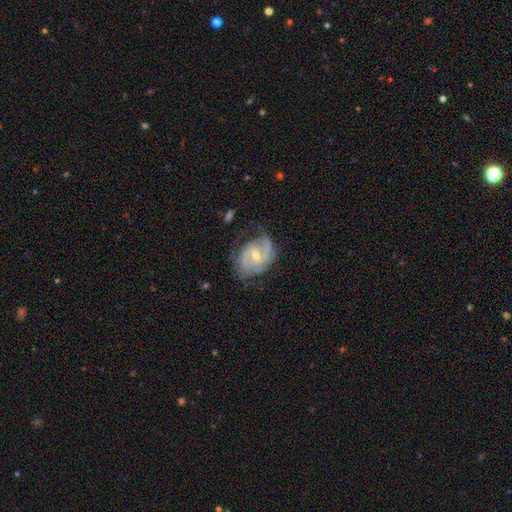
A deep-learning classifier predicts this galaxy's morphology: This appears to be a featured or disk galaxy (87%) with a weak bar (47%), 2 (66%) medium (44%) spiral arms (96%) and a small central bulge (49%). Merging: none (64%).